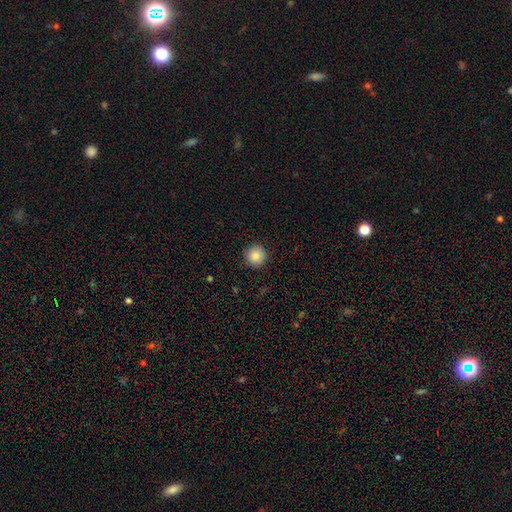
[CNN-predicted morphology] Smooth or featured?
  - smooth: 87% *
  - star or artifact: 9%
  - featured or disk: 4%
How rounded?
  - round: 95% *
  - in between: 4%
  - cigar-shaped: 1%
Merging?
  - none: 91% *
  - minor disturbance: 6%
  - major disturbance: 2%
  - merger: 1%